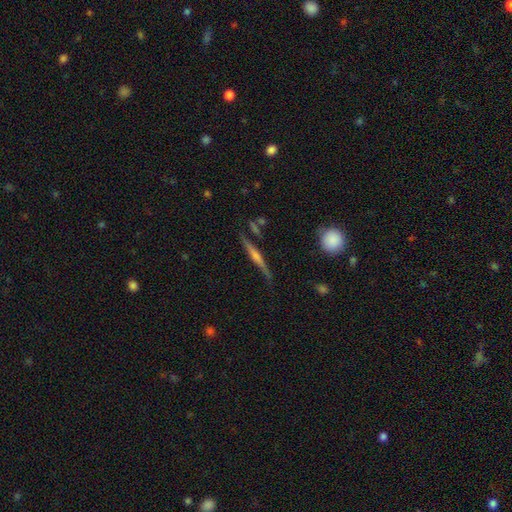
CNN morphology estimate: smooth-or-featured: featured or disk: 76% | smooth: 16% | star or artifact: 8%
  disk-edge-on: yes: 97% | no: 3%
    edge-on-bulge: rounded: 76% | none: 13% | boxy: 10%
  merging: none: 82% | minor disturbance: 13% | major disturbance: 3% | merger: 2%